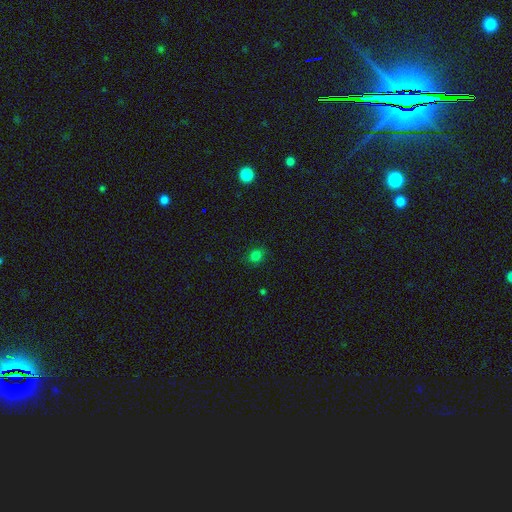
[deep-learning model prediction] Q: Smooth or featured?
A: smooth (78%); runner-up: star or artifact (17%)
Q: How rounded?
A: round (66%); runner-up: in between (33%)
Q: Merging?
A: none (83%); runner-up: minor disturbance (12%)